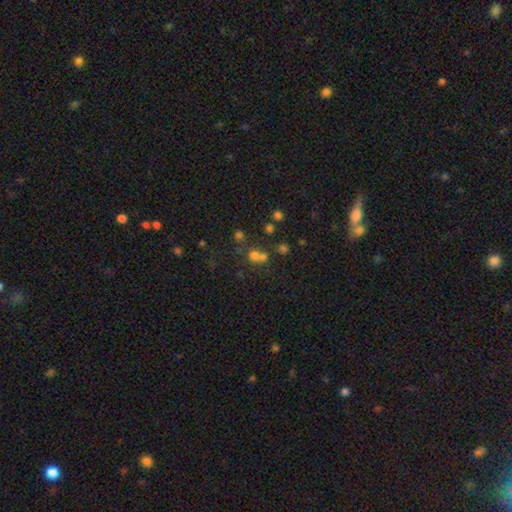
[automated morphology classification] Overall: smooth (61%; star or artifact 25%). How rounded: round (82%). Merging: none (45%; merger 43%).